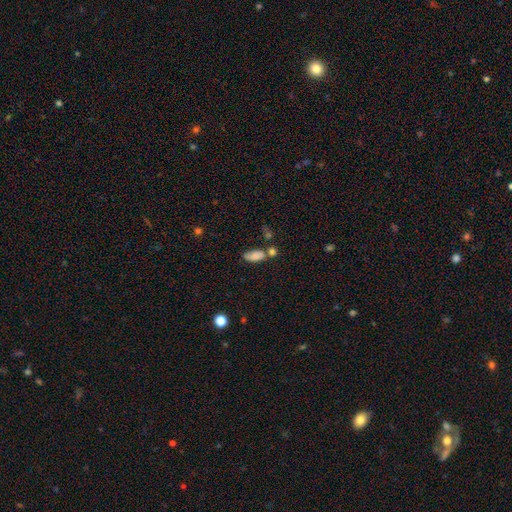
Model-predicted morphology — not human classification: smooth 82%, star or artifact 10%, featured or disk 8%. Down the decision tree: how rounded — in between (86%); merging — none (48%).